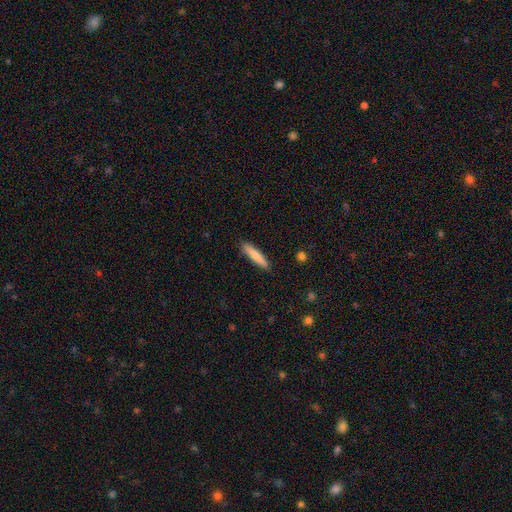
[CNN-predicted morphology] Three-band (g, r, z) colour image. It shows a smooth galaxy with no disk features (79%) that is cigar-shaped (88%). Merging: none (89%).